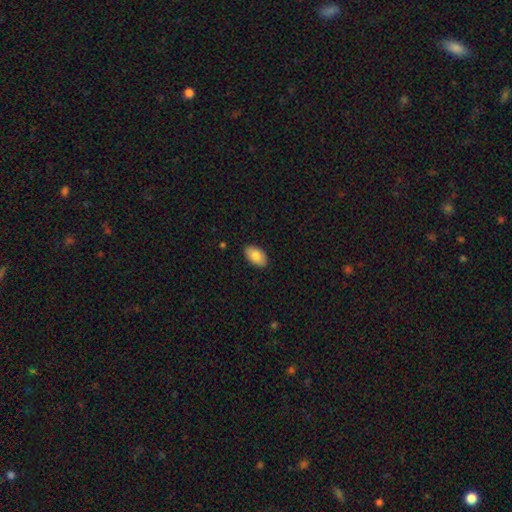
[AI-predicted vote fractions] Smooth or featured?
  - smooth: 82% *
  - featured or disk: 12%
  - star or artifact: 6%
How rounded?
  - in between: 94% *
  - round: 4%
  - cigar-shaped: 1%
Merging?
  - none: 88% *
  - minor disturbance: 9%
  - major disturbance: 2%
  - merger: 1%